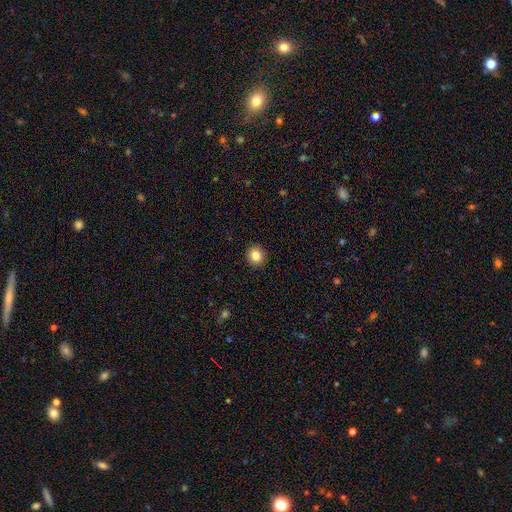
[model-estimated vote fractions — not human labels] Smooth or featured: smooth — 85% (star or artifact — 10%)
How rounded: round — 87% (in between — 12%)
Merging: none — 92% (minor disturbance — 5%)